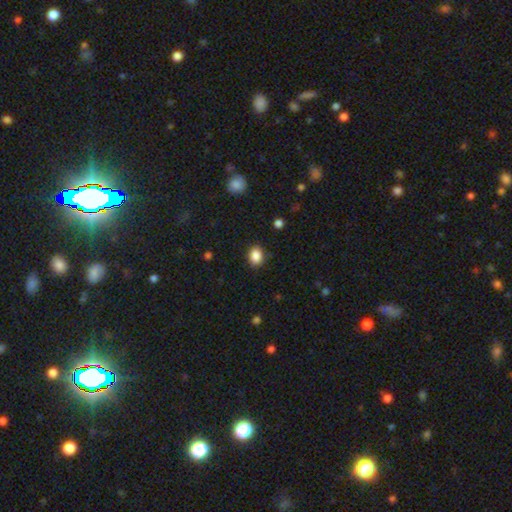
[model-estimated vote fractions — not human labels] Q: Smooth or featured?
A: smooth (88%); runner-up: star or artifact (9%)
Q: How rounded?
A: in between (56%); runner-up: round (43%)
Q: Merging?
A: none (87%); runner-up: minor disturbance (9%)